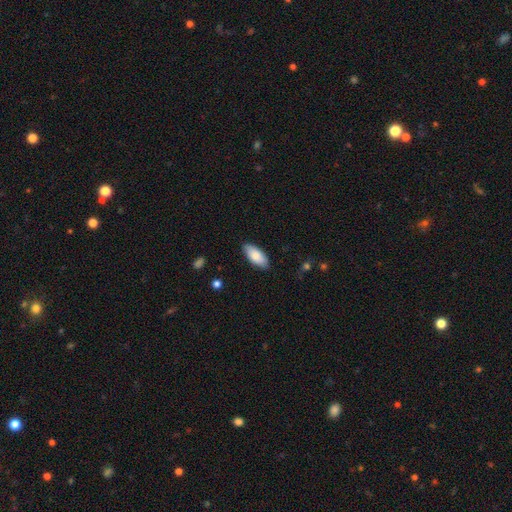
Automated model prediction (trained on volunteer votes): Smooth or featured?
  - smooth: 82% *
  - featured or disk: 12%
  - star or artifact: 6%
How rounded?
  - in between: 89% *
  - cigar-shaped: 9%
  - round: 2%
Merging?
  - none: 85% *
  - minor disturbance: 12%
  - major disturbance: 2%
  - merger: 1%